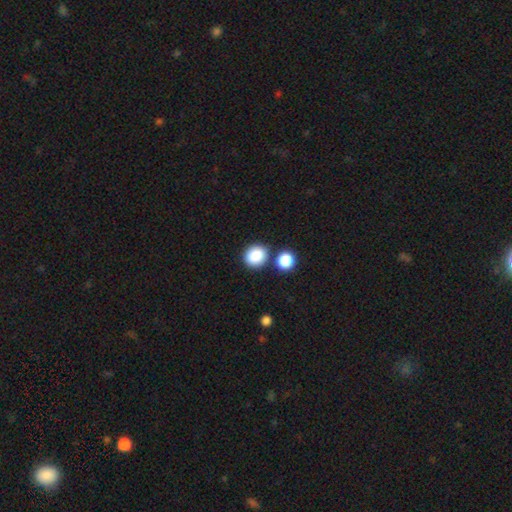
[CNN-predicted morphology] A smooth galaxy with no disk features (87%) that is round (73%).

Vote fractions:
- Smooth or featured? smooth: 87% / star or artifact: 9% / featured or disk: 5%
- How rounded? round: 73% / in between: 26% / cigar-shaped: 1%
- Merging? none: 74% / merger: 13% / minor disturbance: 10% / major disturbance: 3%